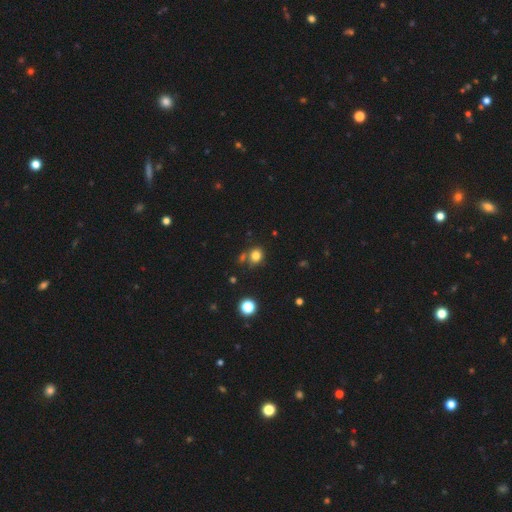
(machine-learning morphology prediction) Smooth or featured?
  - smooth: 80% *
  - star or artifact: 14%
  - featured or disk: 6%
How rounded?
  - round: 73% *
  - in between: 26%
  - cigar-shaped: 1%
Merging?
  - none: 70% *
  - merger: 14%
  - minor disturbance: 13%
  - major disturbance: 4%